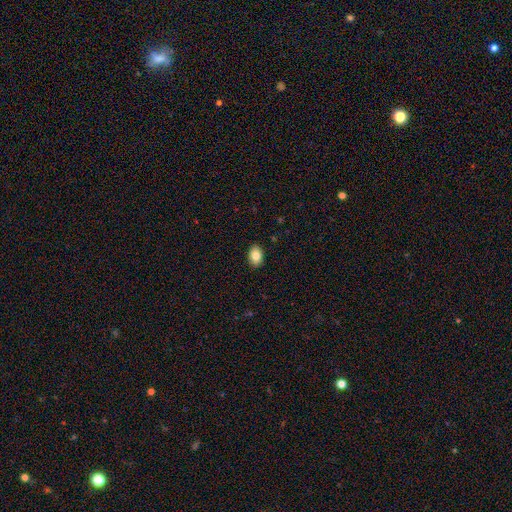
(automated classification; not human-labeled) This is clearly a smooth galaxy (84%). How rounded: clearly in between (84%). Merging: clearly none (90%).